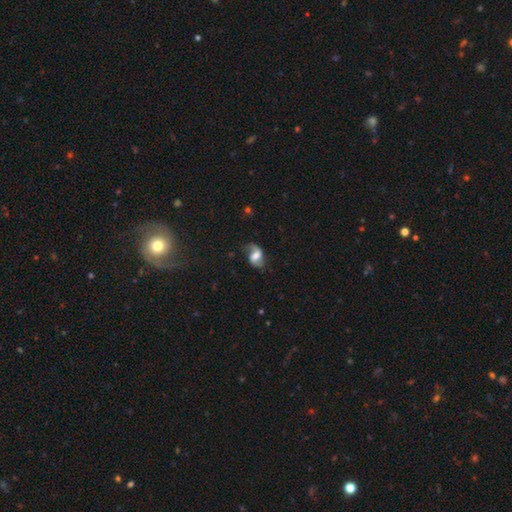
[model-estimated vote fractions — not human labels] smooth-or-featured: featured or disk: 67% | smooth: 26% | star or artifact: 8%
  disk-edge-on: no: 97% | yes: 3%
    bar: weak: 45% | no: 33% | strong: 21%
    has-spiral-arms: yes: 90% | no: 10%
      spiral-winding: loose: 62% | medium: 30% | tight: 8%
      spiral-arm-count: 2: 80% | 1: 13% | can't tell: 4% | 3: 1% | 4: 1% | more than 4: 1%
    bulge-size: moderate: 41% | large: 29% | small: 17% | none: 9% | dominant: 4%
  merging: none: 58% | minor disturbance: 24% | major disturbance: 16% | merger: 2%